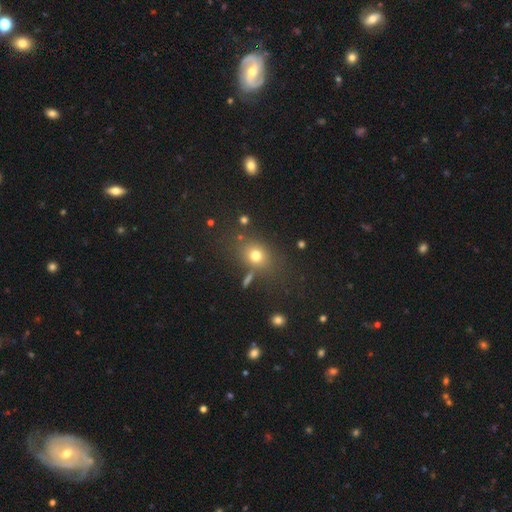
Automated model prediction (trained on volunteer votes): smooth_or_featured: smooth (p=0.72) [alt: star or artifact p=0.17]
how_rounded: round (p=0.55) [alt: in between p=0.43]
merging: none (p=0.74) [alt: minor disturbance p=0.13]